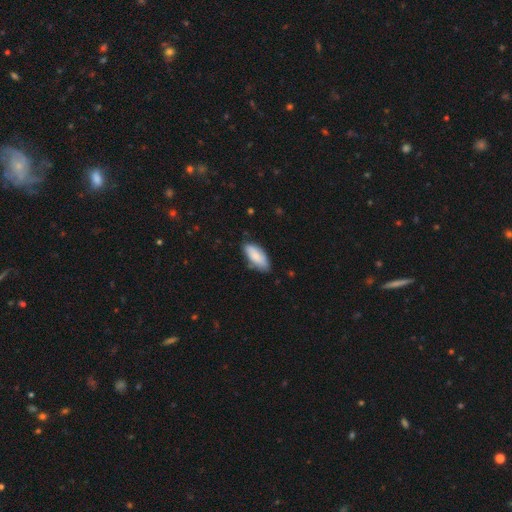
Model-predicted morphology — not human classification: This is clearly a smooth galaxy (84%). How rounded: clearly in between (84%). Merging: likely none (70%).